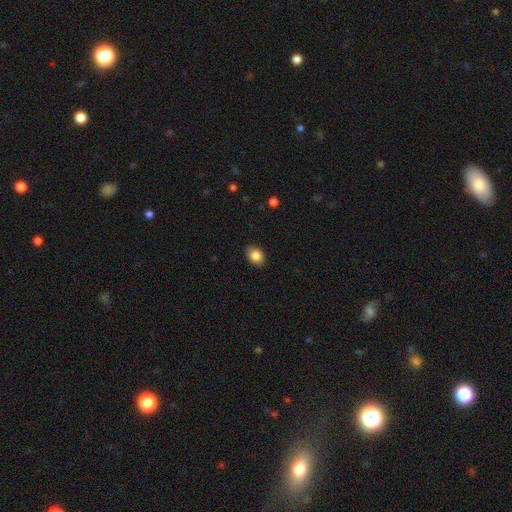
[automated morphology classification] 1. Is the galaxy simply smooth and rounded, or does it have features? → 86% smooth, 9% star or artifact, 6% featured or disk.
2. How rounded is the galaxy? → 68% in between, 31% round, 1% cigar-shaped.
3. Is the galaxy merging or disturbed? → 86% none, 10% minor disturbance, 2% major disturbance, 1% merger.